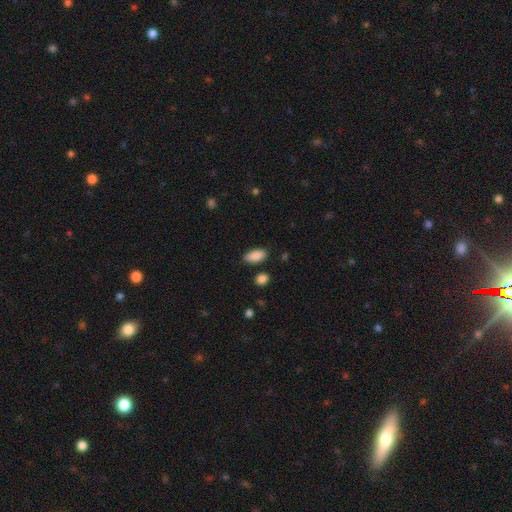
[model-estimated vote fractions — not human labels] Smooth or featured? Predicted: smooth (p=0.89). How rounded? Predicted: in between (p=0.90). Merging? Predicted: none (p=0.83).